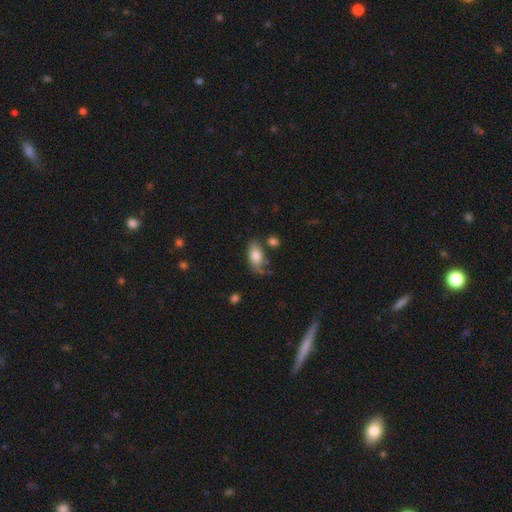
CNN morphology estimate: smooth-or-featured: smooth: 81% | featured or disk: 12% | star or artifact: 7%
  how-rounded: in between: 91% | cigar-shaped: 6% | round: 4%
  merging: none: 58% | minor disturbance: 25% | major disturbance: 9% | merger: 8%